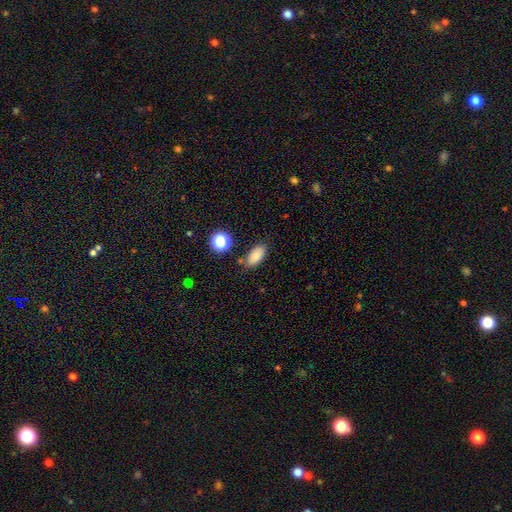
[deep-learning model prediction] smooth-or-featured: smooth: 84% | star or artifact: 10% | featured or disk: 6%
  how-rounded: in between: 91% | round: 6% | cigar-shaped: 4%
  merging: none: 77% | minor disturbance: 14% | merger: 5% | major disturbance: 4%